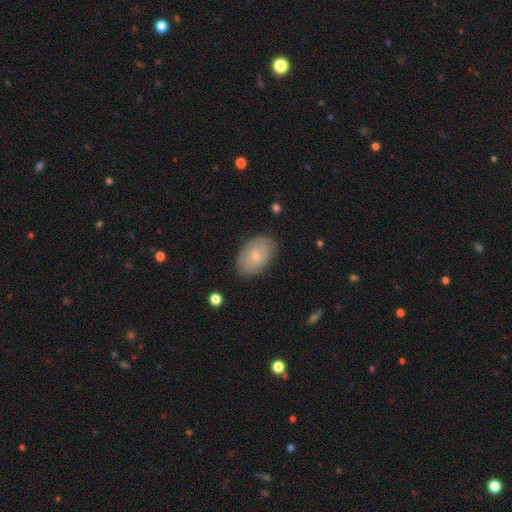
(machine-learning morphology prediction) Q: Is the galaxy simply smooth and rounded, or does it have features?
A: smooth — 62%.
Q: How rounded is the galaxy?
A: in between — 87%.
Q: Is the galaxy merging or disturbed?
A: none — 81%.